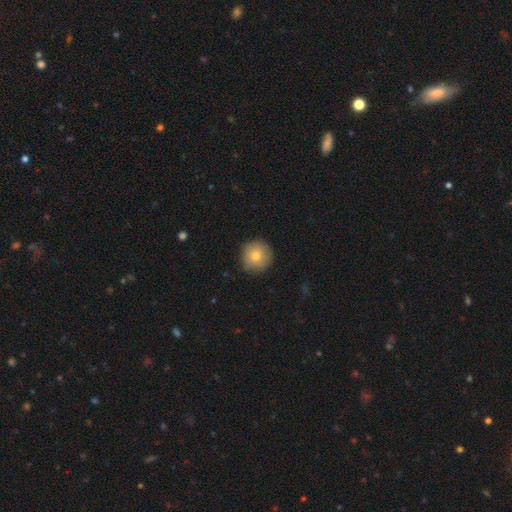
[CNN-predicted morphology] smooth_or_featured: smooth (p=0.76) [alt: featured or disk p=0.15]
how_rounded: round (p=0.95) [alt: in between p=0.04]
merging: none (p=0.85) [alt: minor disturbance p=0.12]